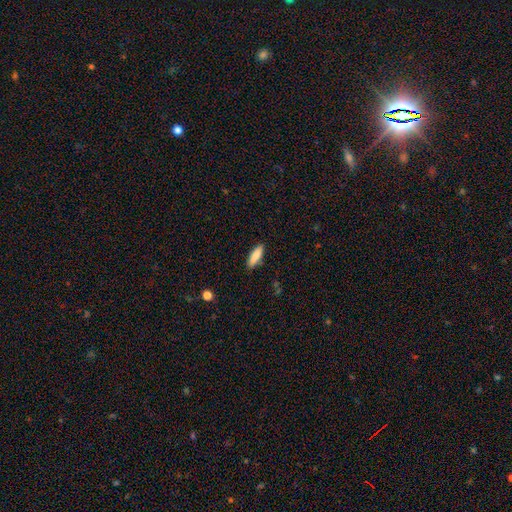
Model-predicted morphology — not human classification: smooth-or-featured: smooth: 86% | featured or disk: 8% | star or artifact: 6%
  how-rounded: in between: 51% | cigar-shaped: 47% | round: 2%
  merging: none: 87% | minor disturbance: 10% | major disturbance: 2% | merger: 1%